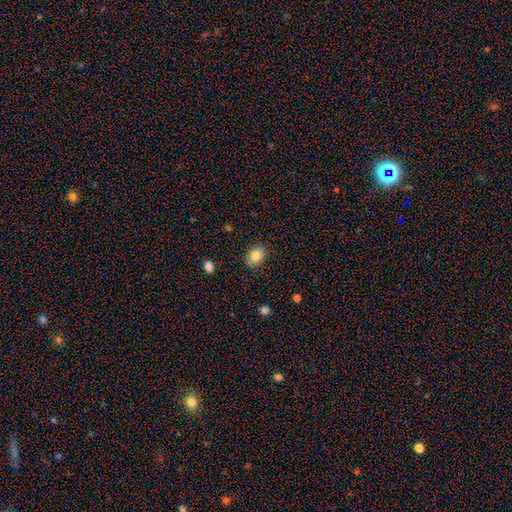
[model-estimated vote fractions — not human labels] Smooth or featured? smooth (83%)
How rounded? in between (68%)
Merging? none (85%)